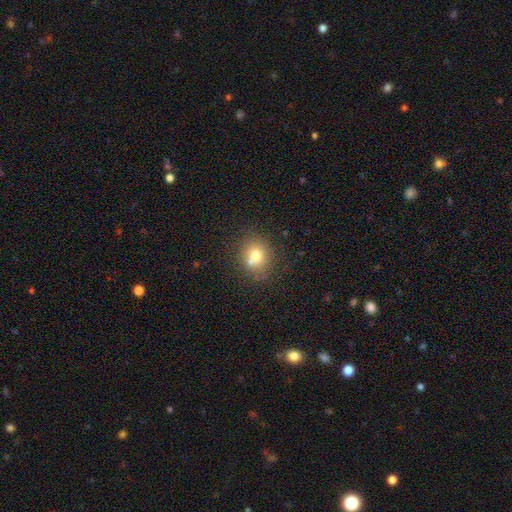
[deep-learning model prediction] A smooth galaxy with no disk features (71%) that is round (78%). Merging: none (62%).